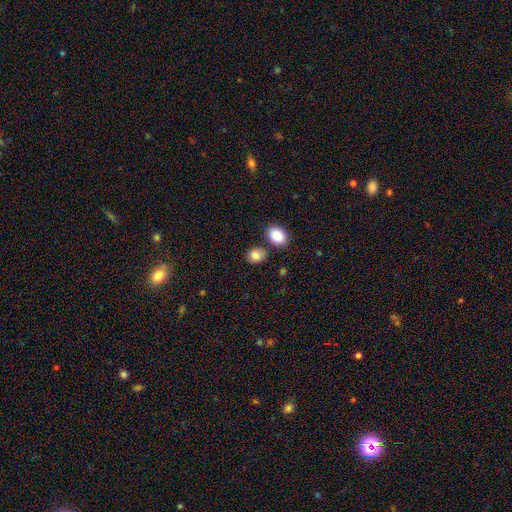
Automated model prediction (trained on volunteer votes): Morphology: type=smooth (86%); roundness=round (52%); merging=none (72%).